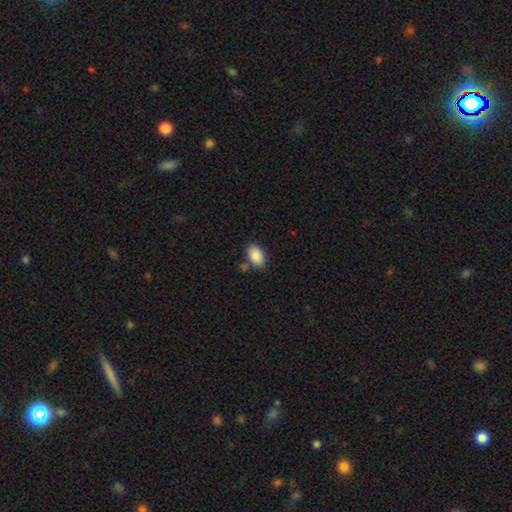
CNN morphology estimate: Smooth or featured: smooth — 88% (star or artifact — 7%)
How rounded: in between — 89% (round — 10%)
Merging: none — 73% (minor disturbance — 14%)